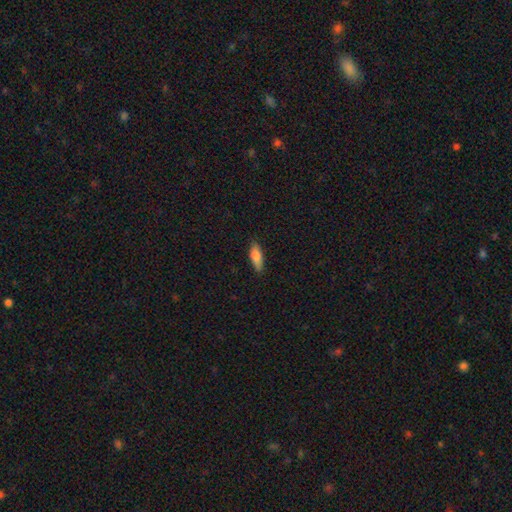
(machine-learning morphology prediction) smooth 81%, featured or disk 13%, star or artifact 7%. Down the decision tree: how rounded — in between (56%); merging — none (83%).